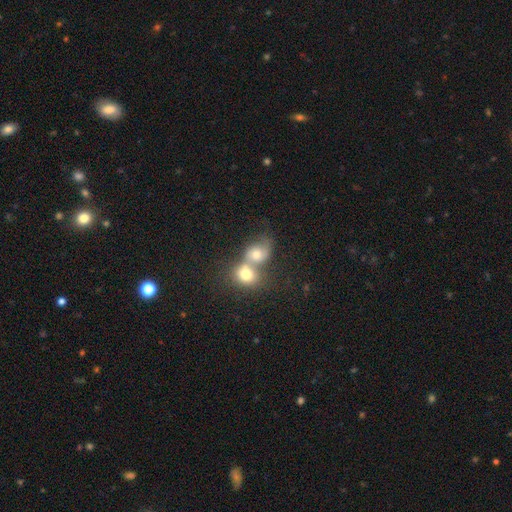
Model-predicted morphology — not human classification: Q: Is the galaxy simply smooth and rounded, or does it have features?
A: smooth — 58%.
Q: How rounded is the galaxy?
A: round — 60%.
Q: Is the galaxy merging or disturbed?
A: merger — 72%.